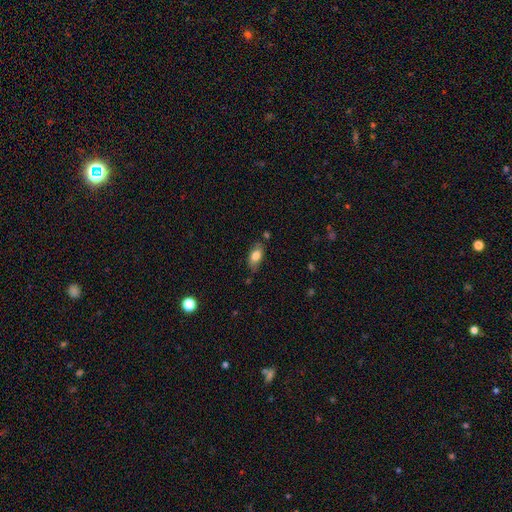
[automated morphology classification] type=smooth (77%); roundness=in between (88%); merging=none (73%).